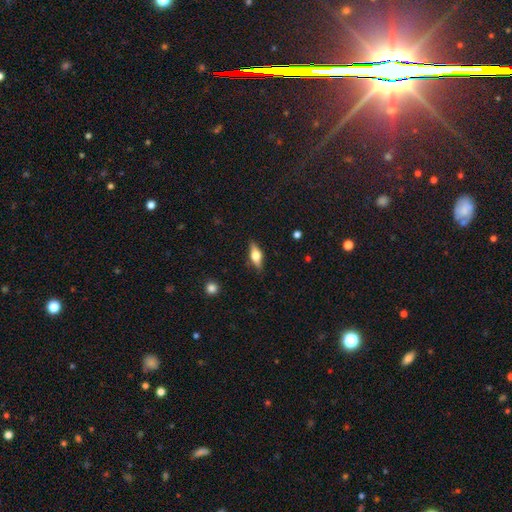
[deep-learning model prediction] A featured or disk galaxy (46%, tied with smooth).

Vote fractions:
- Smooth or featured? featured or disk: 46% (tied) / smooth: 46% (tied) / star or artifact: 7%
- Merging? none: 85% / minor disturbance: 11% / major disturbance: 3% / merger: 1%